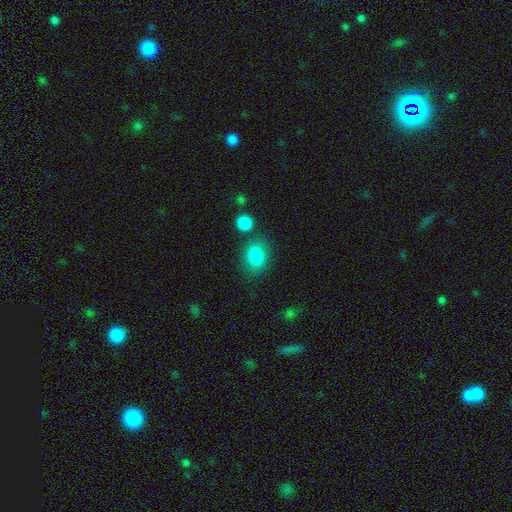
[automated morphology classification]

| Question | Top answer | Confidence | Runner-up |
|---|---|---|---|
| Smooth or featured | smooth | 86% | star or artifact (9%) |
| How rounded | in between | 64% | round (35%) |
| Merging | none | 74% | minor disturbance (13%) |